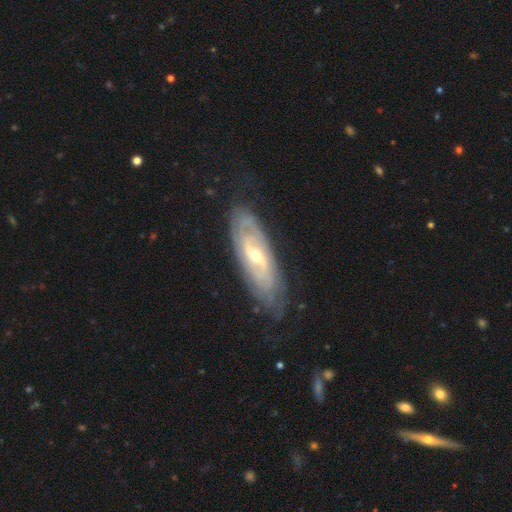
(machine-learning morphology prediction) This appears to be a featured or disk galaxy (82%) with a weak bar (42%), tight (72%) spiral arms (88%) and a moderate central bulge (51%). Merging: none (77%).